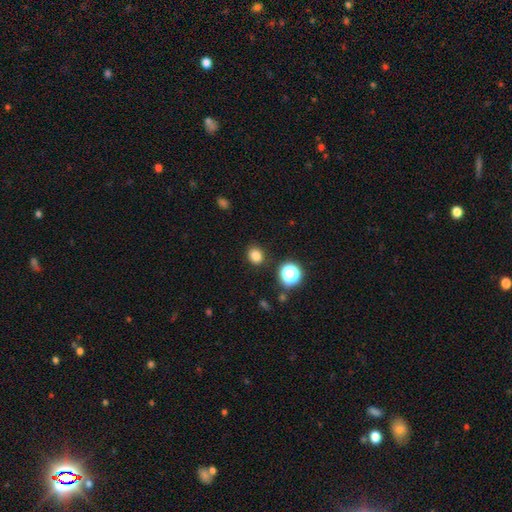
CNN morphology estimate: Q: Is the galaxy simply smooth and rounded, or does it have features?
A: smooth — 81%.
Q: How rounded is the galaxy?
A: round — 70%.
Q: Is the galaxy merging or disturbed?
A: none — 87%.